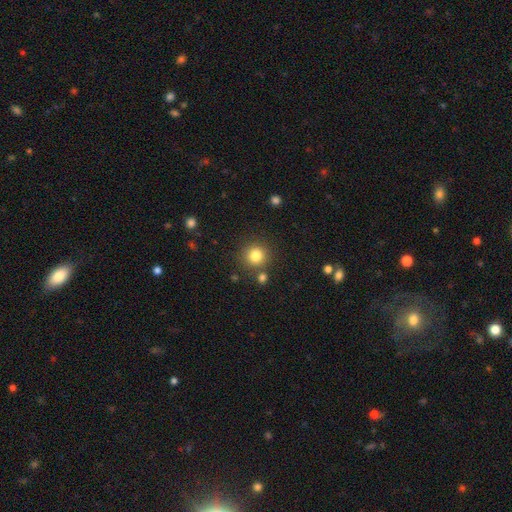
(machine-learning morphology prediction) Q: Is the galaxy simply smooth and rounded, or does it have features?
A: smooth — 82%.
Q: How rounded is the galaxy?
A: round — 93%.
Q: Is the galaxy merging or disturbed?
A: none — 82%.